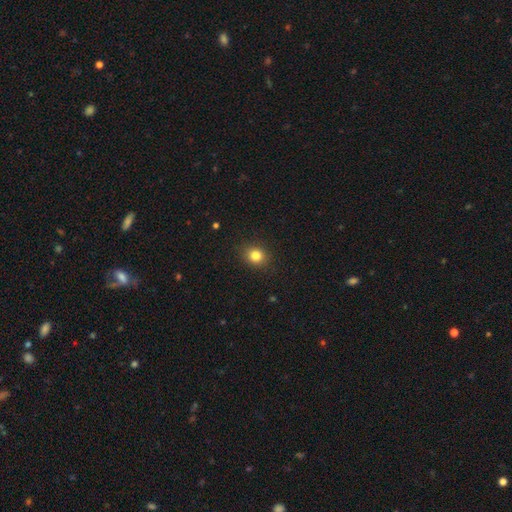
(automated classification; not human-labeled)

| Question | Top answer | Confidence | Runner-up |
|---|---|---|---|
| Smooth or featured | smooth | 82% | star or artifact (12%) |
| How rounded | round | 76% | in between (23%) |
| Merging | none | 90% | minor disturbance (7%) |